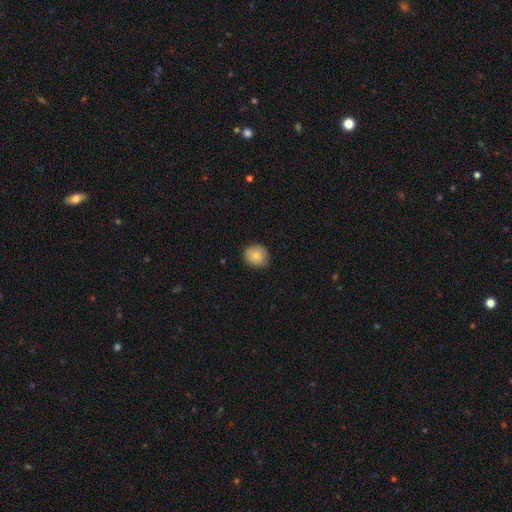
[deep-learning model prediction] Q: Smooth or featured?
A: smooth (80%); runner-up: featured or disk (12%)
Q: How rounded?
A: round (80%); runner-up: in between (19%)
Q: Merging?
A: none (85%); runner-up: minor disturbance (12%)